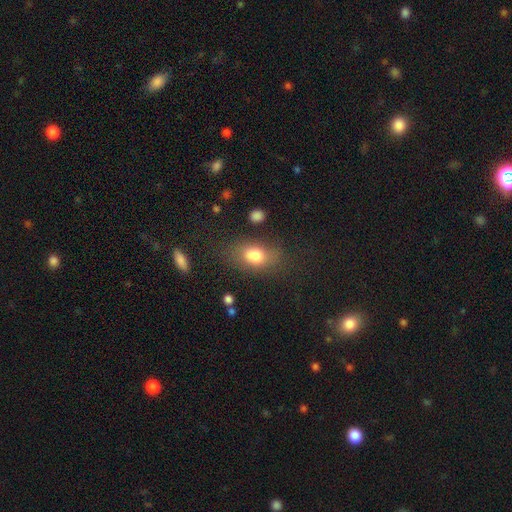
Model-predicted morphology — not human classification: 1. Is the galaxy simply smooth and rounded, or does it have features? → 77% smooth, 13% featured or disk, 10% star or artifact.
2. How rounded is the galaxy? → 80% in between, 17% round, 3% cigar-shaped.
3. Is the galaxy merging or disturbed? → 61% none, 22% minor disturbance, 13% major disturbance, 5% merger.